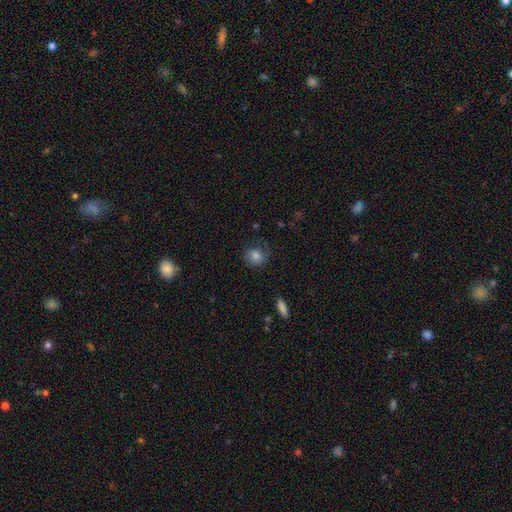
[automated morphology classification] smooth-or-featured: smooth: 78% | featured or disk: 13% | star or artifact: 9%
  how-rounded: round: 74% | in between: 25% | cigar-shaped: 1%
  merging: none: 65% | minor disturbance: 22% | major disturbance: 12% | merger: 2%